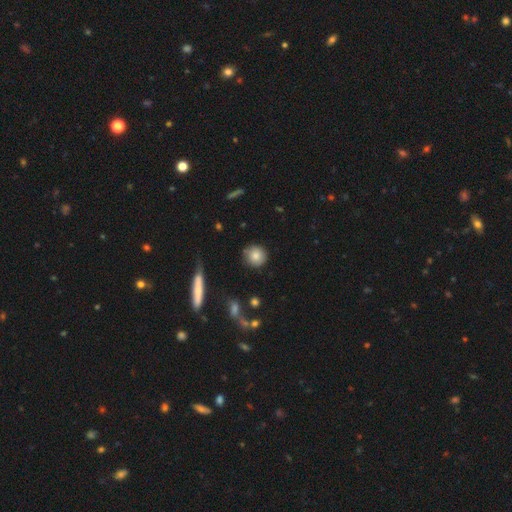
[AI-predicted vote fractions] The model was most divided on "merging": none: 81%, minor disturbance: 13%, major disturbance: 4%, merger: 2%. More confident: how rounded — round (89%); smooth or featured — smooth (81%).